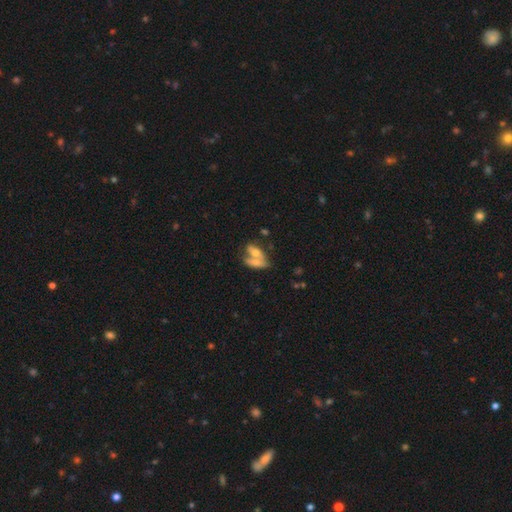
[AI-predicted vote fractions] A smooth galaxy with no disk features (60%) that is in between round and cigar-shaped (75%).

Vote fractions:
- Smooth or featured? smooth: 60% / featured or disk: 30% / star or artifact: 9%
- How rounded? in between: 75% / cigar-shaped: 18% / round: 7%
- Merging? merger: 58% / none: 28% / minor disturbance: 9% / major disturbance: 6%